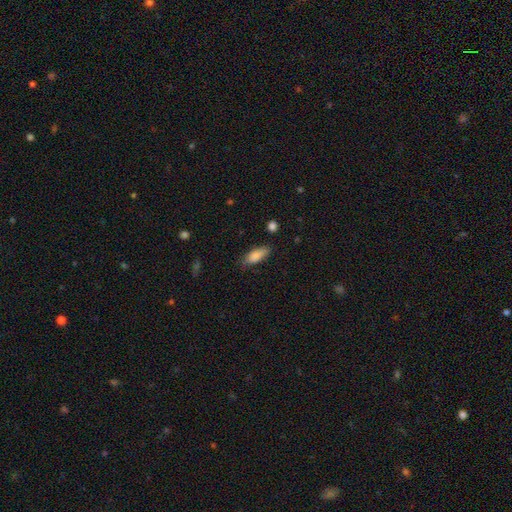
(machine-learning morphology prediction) Q: Smooth or featured?
A: smooth (84%); runner-up: featured or disk (9%)
Q: How rounded?
A: in between (74%); runner-up: cigar-shaped (23%)
Q: Merging?
A: none (64%); runner-up: minor disturbance (28%)